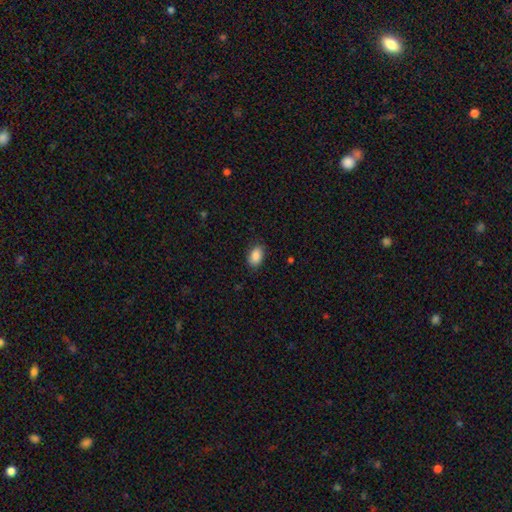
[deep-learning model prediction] The model was most divided on "merging": none: 83%, minor disturbance: 13%, major disturbance: 3%, merger: 1%. More confident: smooth or featured — smooth (89%); how rounded — in between (89%).